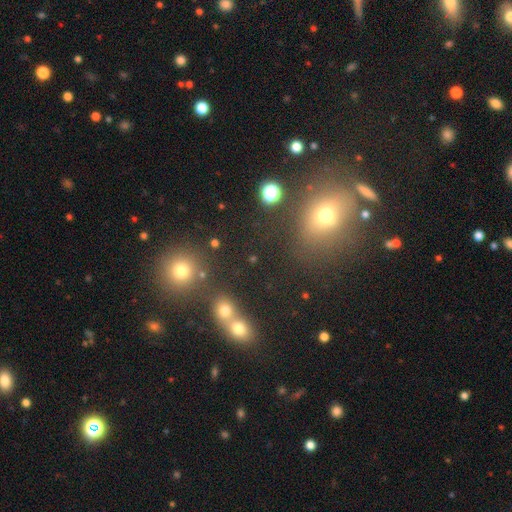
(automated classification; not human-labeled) Morphology: type=smooth (50%); roundness=round (55%); merging=none (69%).